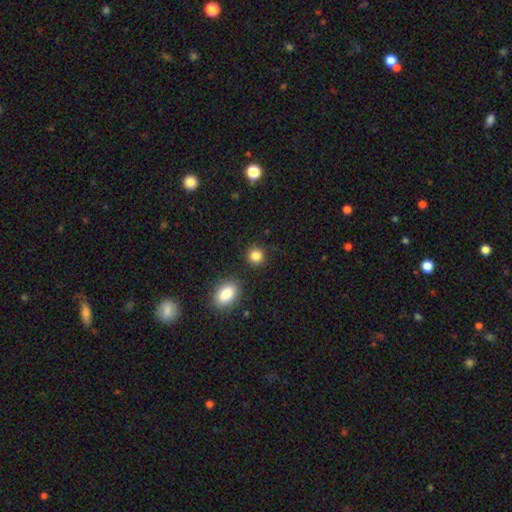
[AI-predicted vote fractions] Smooth or featured?
  - smooth: 85% *
  - star or artifact: 11%
  - featured or disk: 4%
How rounded?
  - round: 85% *
  - in between: 14%
  - cigar-shaped: 1%
Merging?
  - none: 86% *
  - minor disturbance: 7%
  - merger: 4%
  - major disturbance: 2%